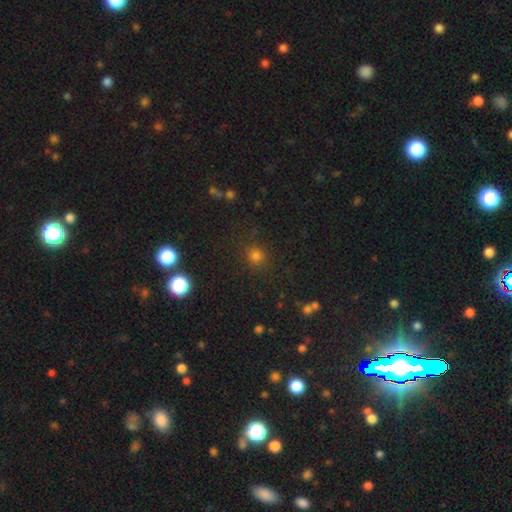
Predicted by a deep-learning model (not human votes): A smooth galaxy with no disk features (75%) that is round (90%).

Vote fractions:
- Smooth or featured? smooth: 75% / star or artifact: 20% / featured or disk: 5%
- How rounded? round: 90% / in between: 9% / cigar-shaped: 1%
- Merging? none: 86% / minor disturbance: 8% / major disturbance: 3% / merger: 2%